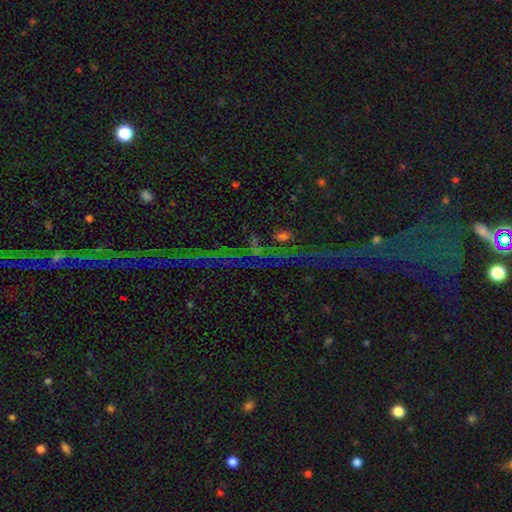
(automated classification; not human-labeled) The model was most divided on "smooth or featured": star or artifact: 79%, featured or disk: 12%, smooth: 9%.